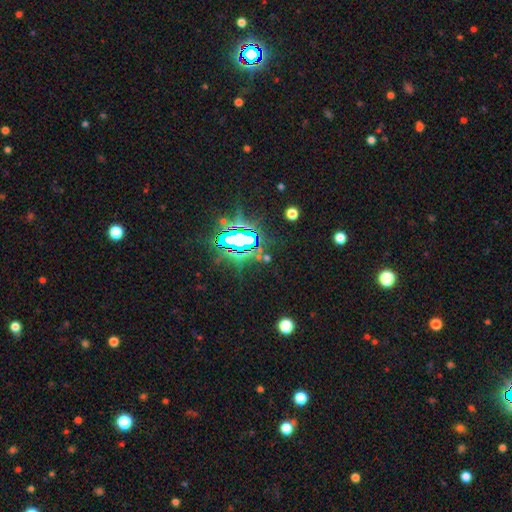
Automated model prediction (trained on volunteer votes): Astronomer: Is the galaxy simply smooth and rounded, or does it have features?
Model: star or artifact — 79%.